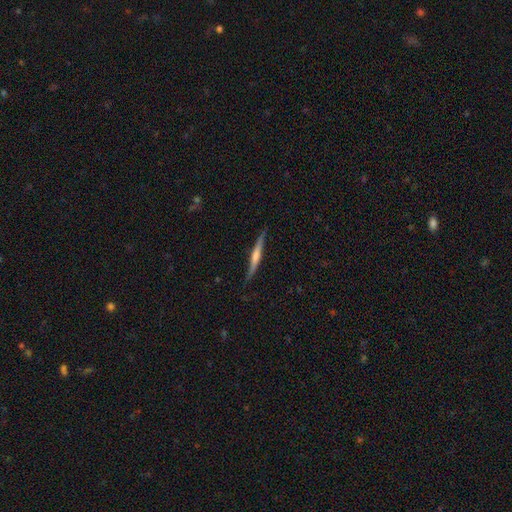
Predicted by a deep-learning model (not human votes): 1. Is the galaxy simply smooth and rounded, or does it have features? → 67% featured or disk, 27% smooth, 5% star or artifact.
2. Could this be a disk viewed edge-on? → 96% yes, 4% no.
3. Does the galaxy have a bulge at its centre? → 58% rounded, 24% none, 19% boxy.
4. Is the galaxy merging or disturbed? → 83% none, 13% minor disturbance, 2% major disturbance, 1% merger.